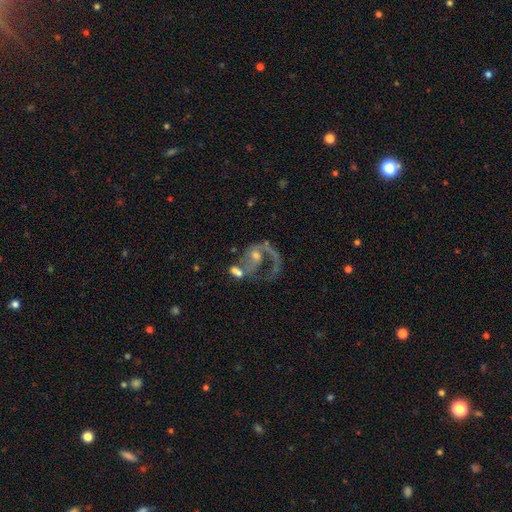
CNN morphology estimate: featured or disk 79%, star or artifact 11%, smooth 9%. Down the decision tree: edge-on disk — no (98%); bar — no (61%); spiral arms — yes (84%); spiral arm count — 1 (50%); spiral winding — loose (43%); bulge size — small (43%); merging — none (30%).